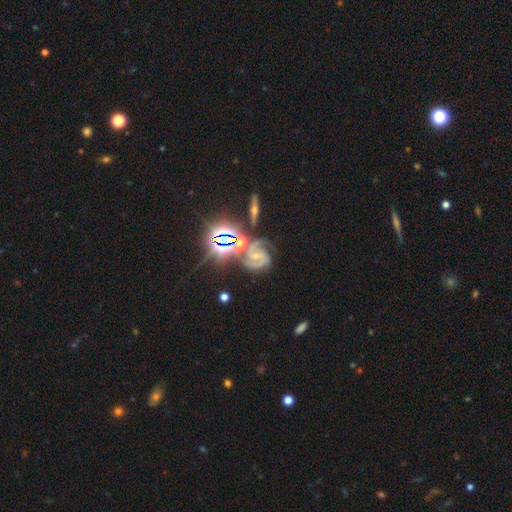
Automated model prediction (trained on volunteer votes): Smooth or featured: featured or disk — 75% (star or artifact — 17%)
Edge-on disk: no — 96% (yes — 4%)
Bar: no — 50% (weak — 34%)
Spiral arms: yes — 97% (no — 3%)
Spiral winding: medium — 49% (tight — 40%)
Spiral arm count: 2 — 72% (3 — 15%)
Bulge size: small — 64% (moderate — 29%)
Merging: none — 58% (minor disturbance — 20%)